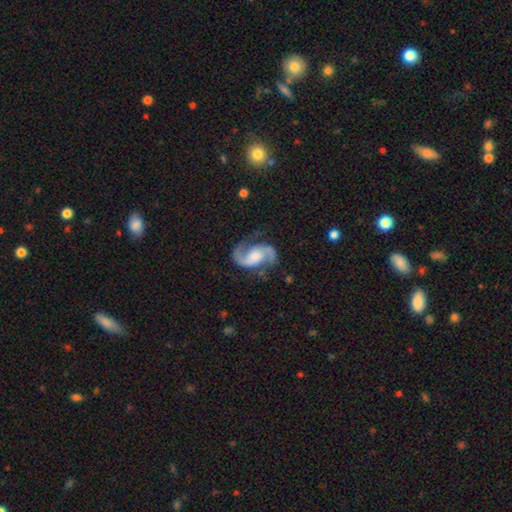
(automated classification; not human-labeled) Smooth or featured? Predicted: featured or disk (p=0.92). Edge-on disk? Predicted: no (p=0.98). Bar? Predicted: no (p=0.53). Spiral arms? Predicted: yes (p=0.98). Spiral winding? Predicted: medium (p=0.56). Spiral arm count? Predicted: 2 (p=0.93). Bulge size? Predicted: moderate (p=0.47). Merging? Predicted: none (p=0.76).